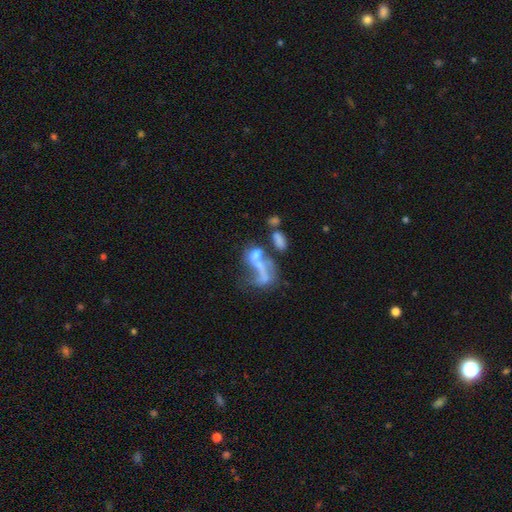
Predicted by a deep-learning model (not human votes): smooth-or-featured: featured or disk: 47% | smooth: 39% | star or artifact: 14%
  merging: merger: 52% | major disturbance: 26% | none: 14% | minor disturbance: 8%